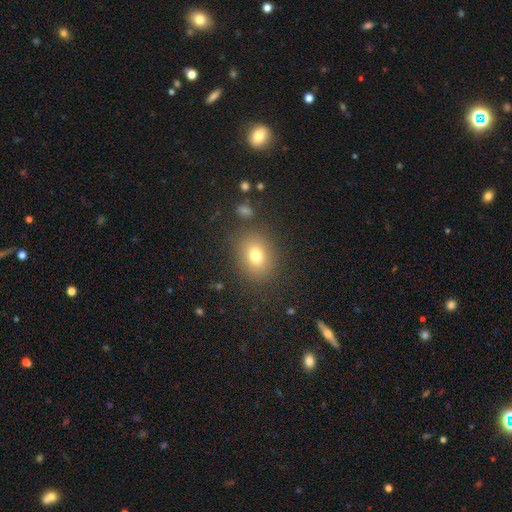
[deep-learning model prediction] Smooth or featured?
  - smooth: 75% *
  - star or artifact: 13%
  - featured or disk: 12%
How rounded?
  - in between: 50% *
  - round: 49%
  - cigar-shaped: 1%
Merging?
  - none: 82% *
  - minor disturbance: 10%
  - major disturbance: 4%
  - merger: 3%